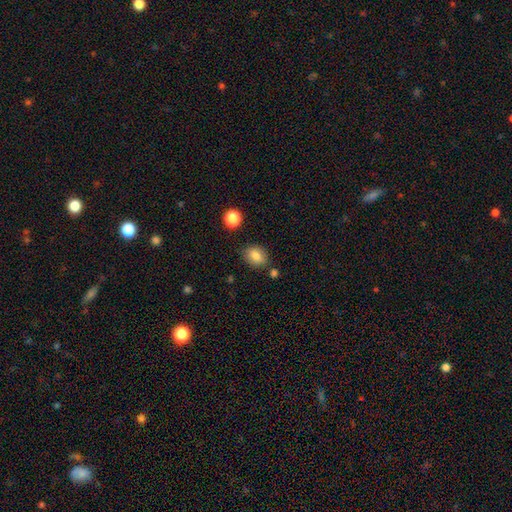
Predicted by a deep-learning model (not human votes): smooth-or-featured: smooth: 84% | star or artifact: 9% | featured or disk: 7%
  how-rounded: in between: 65% | round: 34% | cigar-shaped: 1%
  merging: none: 78% | minor disturbance: 14% | merger: 5% | major disturbance: 3%